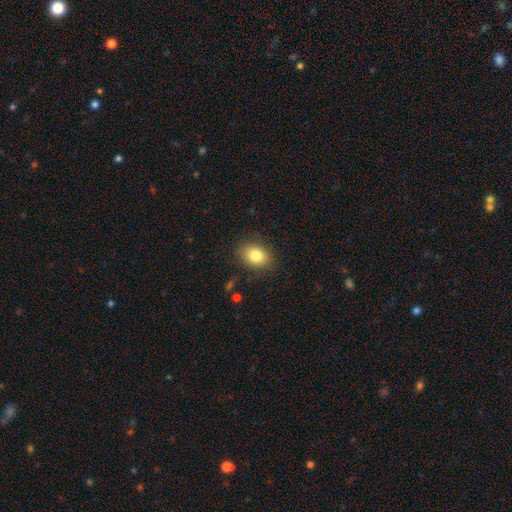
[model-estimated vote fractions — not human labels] Smooth or featured: smooth — 82% (star or artifact — 9%)
How rounded: in between — 67% (round — 32%)
Merging: none — 84% (minor disturbance — 11%)